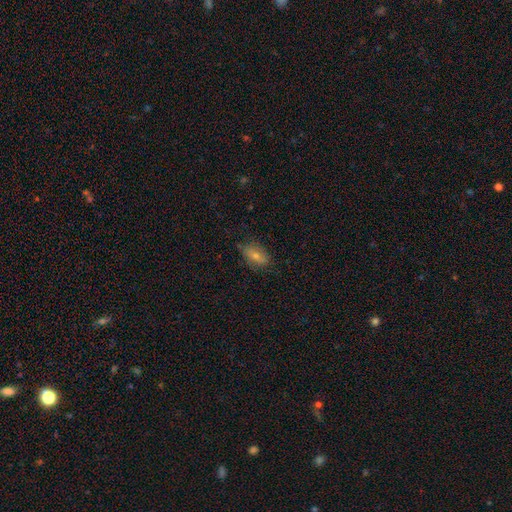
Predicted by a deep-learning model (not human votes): The model was most divided on "merging": none: 71%, minor disturbance: 22%, major disturbance: 5%, merger: 2%. More confident: how rounded — in between (87%); smooth or featured — smooth (71%).